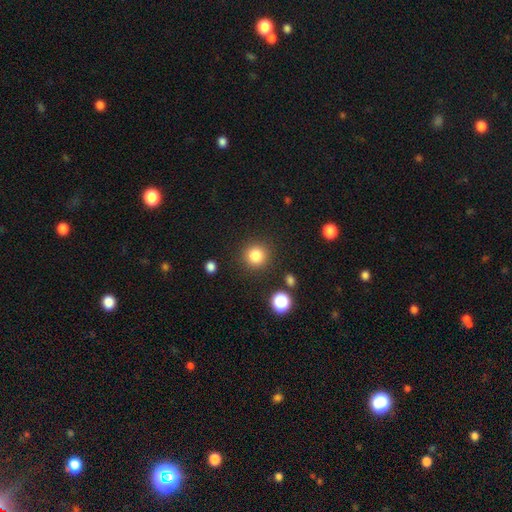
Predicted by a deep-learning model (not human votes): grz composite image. It shows a smooth galaxy with no disk features (84%) that is round (94%). Merging: none (88%).